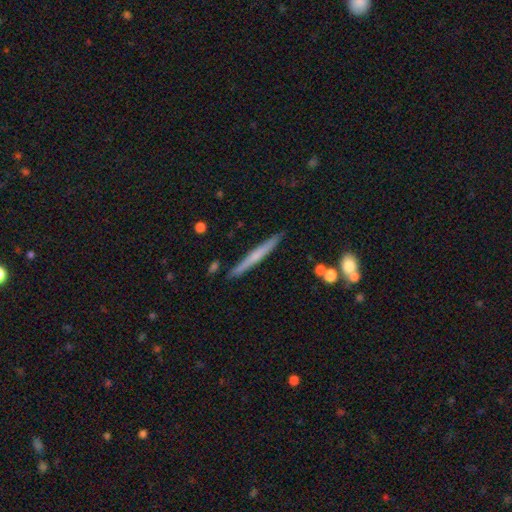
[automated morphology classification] Smooth or featured: smooth — 49% (featured or disk — 44%)
Merging: none — 88% (minor disturbance — 8%)